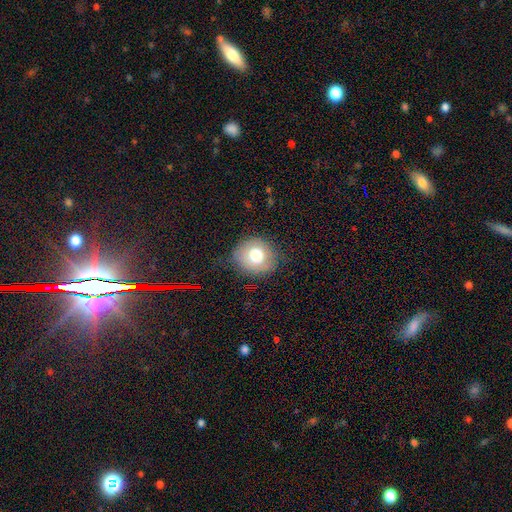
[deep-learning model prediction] Morphology: type=smooth (72%); roundness=round (80%); merging=none (77%).